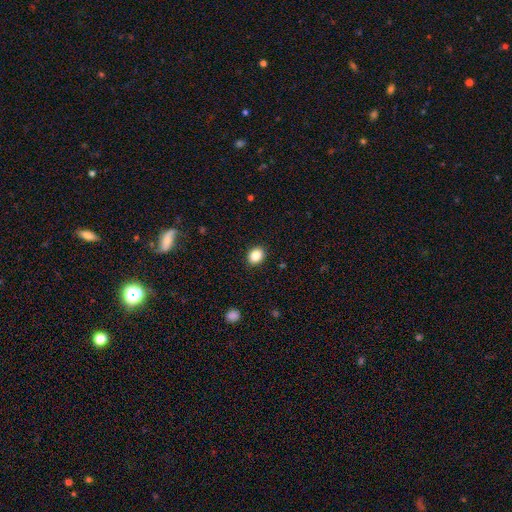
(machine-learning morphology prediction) Smooth or featured? smooth (86%)
How rounded? round (53%)
Merging? none (90%)